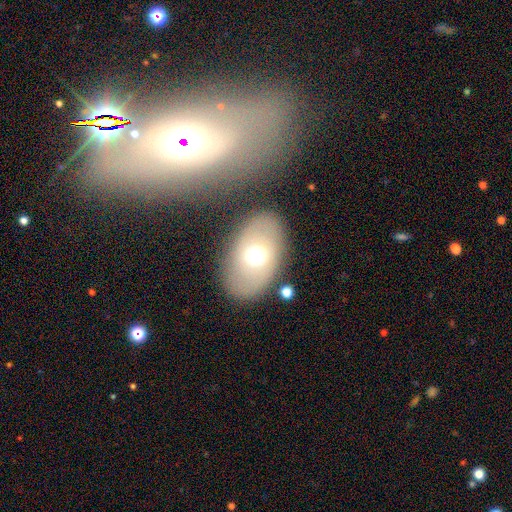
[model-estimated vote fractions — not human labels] A smooth galaxy with no disk features (59%) that is in between round and cigar-shaped (80%). Merging: none (77%).